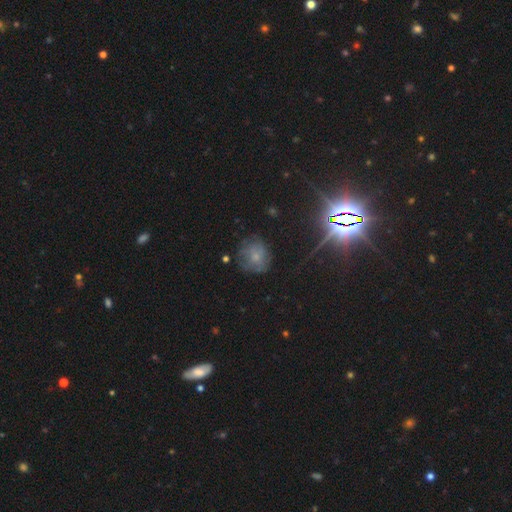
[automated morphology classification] Smooth or featured? Predicted: smooth (p=0.49). Merging? Predicted: none (p=0.67).